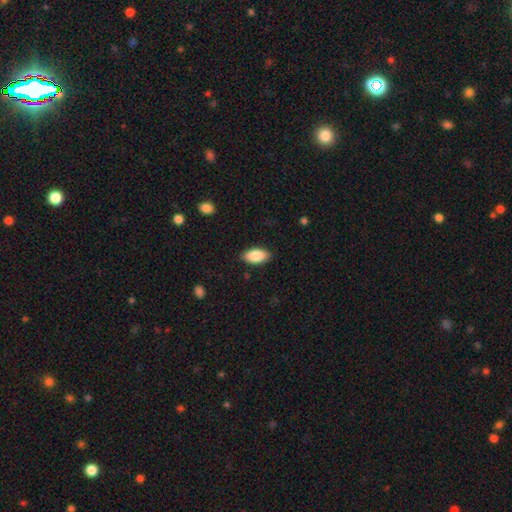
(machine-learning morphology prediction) A smooth galaxy with no disk features (88%) that is in between round and cigar-shaped (93%).

Vote fractions:
- Smooth or featured? smooth: 88% / featured or disk: 6% / star or artifact: 6%
- How rounded? in between: 93% / cigar-shaped: 4% / round: 2%
- Merging? none: 87% / minor disturbance: 10% / major disturbance: 2% / merger: 1%